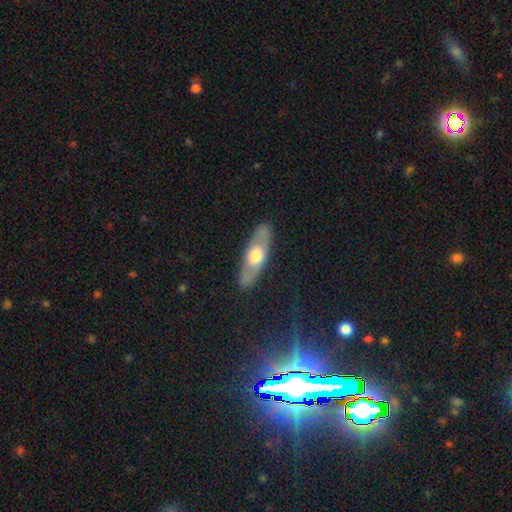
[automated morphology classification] featured or disk 52%, smooth 43%, star or artifact 5%. Down the decision tree: edge-on disk — no (50%, tied with yes); merging — none (87%).